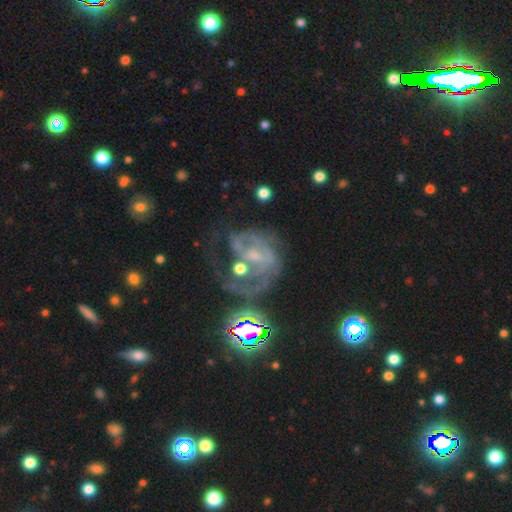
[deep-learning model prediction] Smooth or featured?
  - featured or disk: 70% *
  - star or artifact: 18%
  - smooth: 12%
Edge-on disk?
  - no: 97% *
  - yes: 3%
Bar?
  - no: 43% *
  - weak: 41%
  - strong: 16%
Spiral arms?
  - yes: 73% *
  - no: 27%
Spiral winding?
  - medium: 42% *
  - tight: 36%
  - loose: 22%
Spiral arm count?
  - 2: 34% *
  - can't tell: 33%
  - 1: 17%
  - 3: 9%
  - 4: 3%
  - more than 4: 3%
Bulge size?
  - small: 46% *
  - moderate: 30%
  - none: 20%
  - large: 3%
  - dominant: 1%
Merging?
  - none: 36% *
  - major disturbance: 35%
  - minor disturbance: 17%
  - merger: 12%